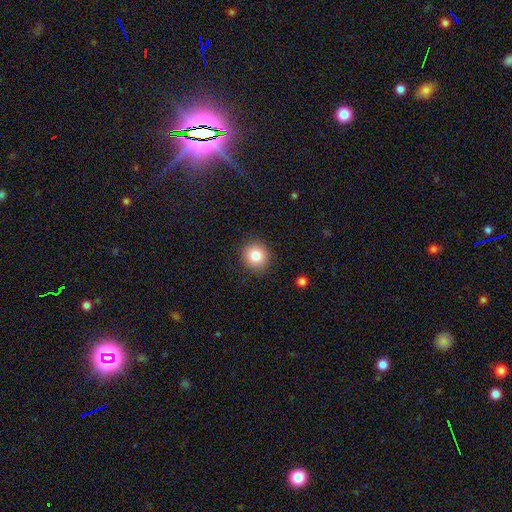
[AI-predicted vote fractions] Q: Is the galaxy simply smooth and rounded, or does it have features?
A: smooth — 84%.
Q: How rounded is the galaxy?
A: round — 89%.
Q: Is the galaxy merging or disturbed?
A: none — 90%.